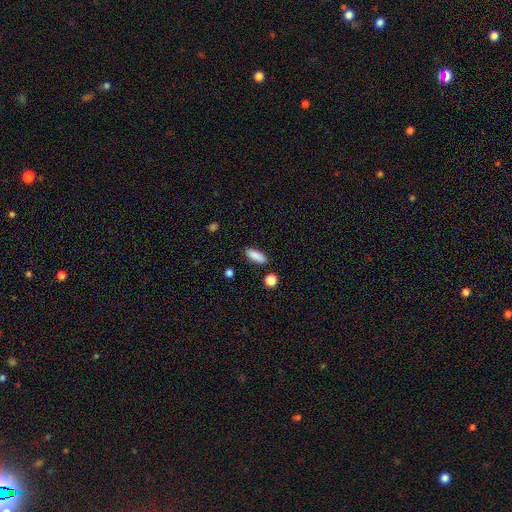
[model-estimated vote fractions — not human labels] Smooth or featured: smooth — 88% (star or artifact — 7%)
How rounded: in between — 66% (cigar-shaped — 31%)
Merging: none — 86% (minor disturbance — 9%)